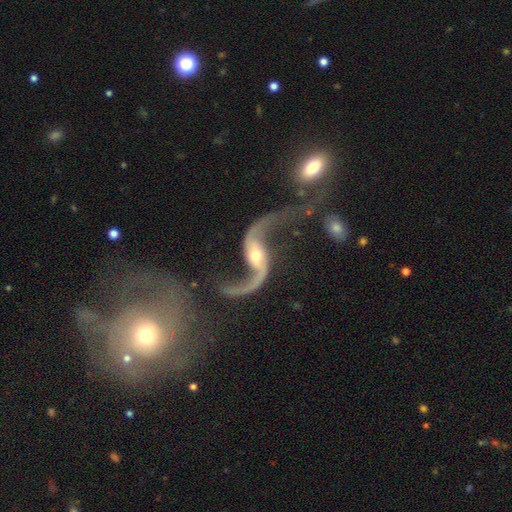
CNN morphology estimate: A featured or disk galaxy (92%) with no bar (35%), 2 (94%) loose (94%) spiral arms (96%) and a moderate central bulge (52%). Merging: none (52%).